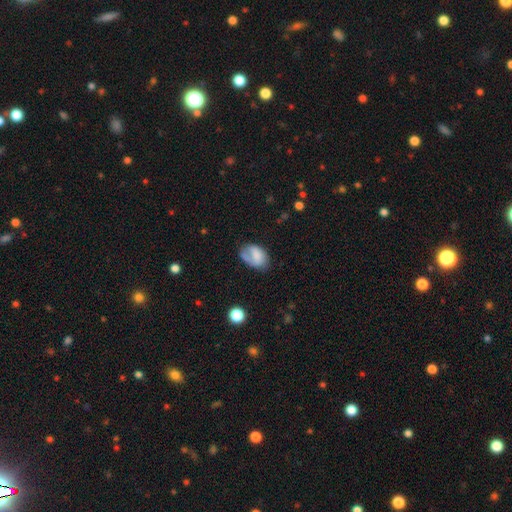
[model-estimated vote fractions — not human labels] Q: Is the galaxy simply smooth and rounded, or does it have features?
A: smooth — 64%.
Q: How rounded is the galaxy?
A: in between — 85%.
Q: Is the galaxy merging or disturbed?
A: none — 48%.